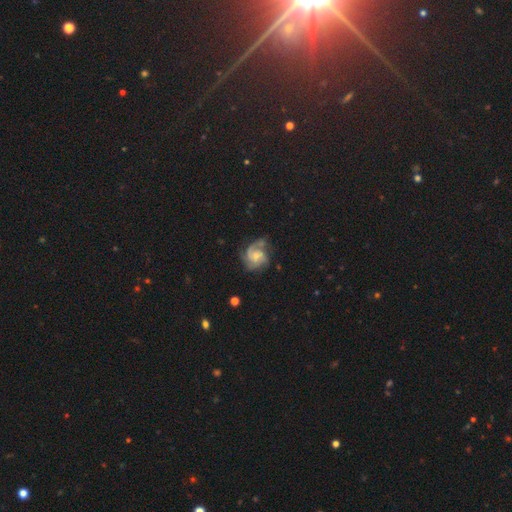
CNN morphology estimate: smooth_or_featured: featured or disk (p=0.86) [alt: smooth p=0.09]
disk_edge_on: no (p=0.98) [alt: yes p=0.02]
bar: no (p=0.68) [alt: weak p=0.27]
has_spiral_arms: yes (p=0.97) [alt: no p=0.03]
spiral_winding: medium (p=0.45) [alt: tight p=0.43]
spiral_arm_count: 3 (p=0.44) [alt: 2 p=0.30]
bulge_size: small (p=0.50) [alt: moderate p=0.42]
merging: none (p=0.64) [alt: minor disturbance p=0.22]